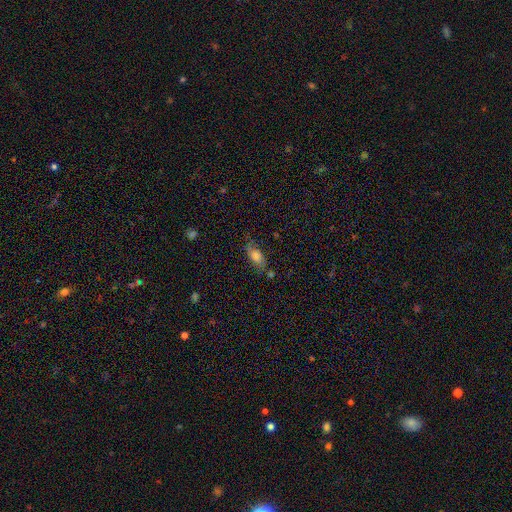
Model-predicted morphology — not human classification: type=smooth (72%); roundness=in between (82%); merging=none (65%).